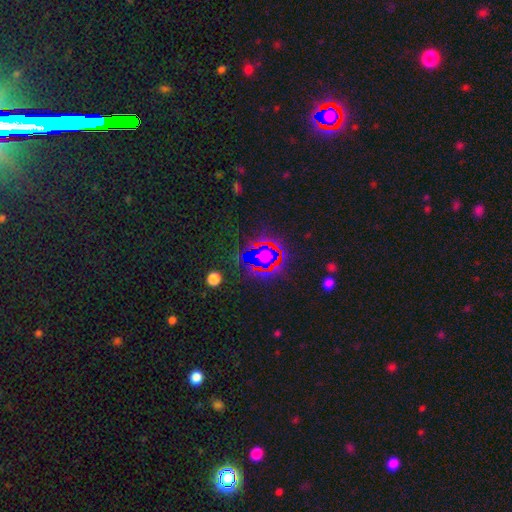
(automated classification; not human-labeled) Q: Smooth or featured?
A: star or artifact (65%); runner-up: smooth (22%)